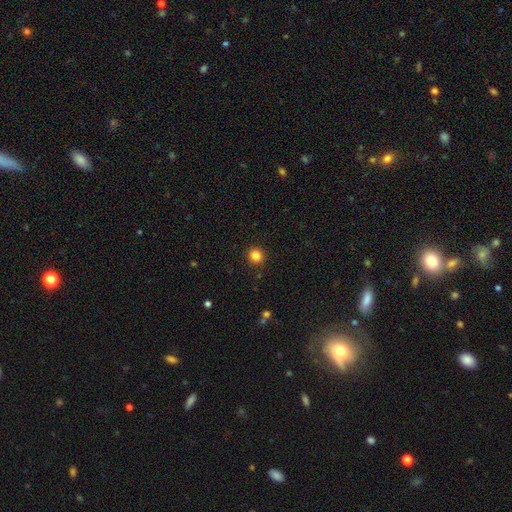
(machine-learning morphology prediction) Smooth or featured? smooth (84%)
How rounded? round (93%)
Merging? none (92%)